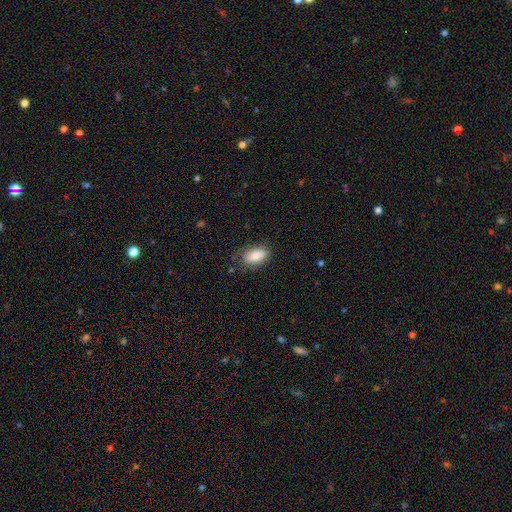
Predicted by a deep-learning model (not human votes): This is clearly a smooth galaxy (81%). How rounded: clearly in between (90%). Merging: likely none (77%).